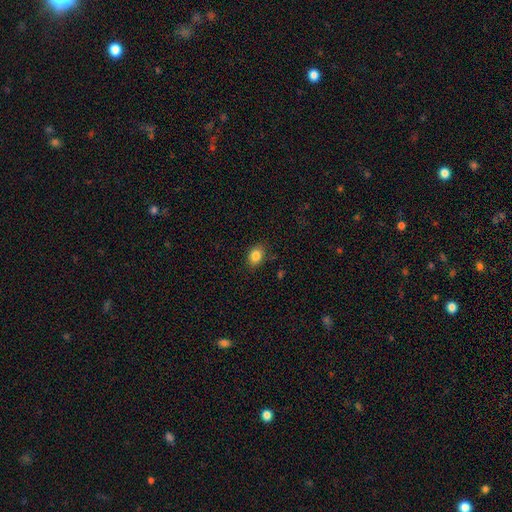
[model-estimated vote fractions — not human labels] A smooth galaxy with no disk features (85%) that is in between round and cigar-shaped (65%).

Vote fractions:
- Smooth or featured? smooth: 85% / star or artifact: 10% / featured or disk: 5%
- How rounded? in between: 65% / round: 34% / cigar-shaped: 1%
- Merging? none: 85% / minor disturbance: 11% / major disturbance: 3% / merger: 1%